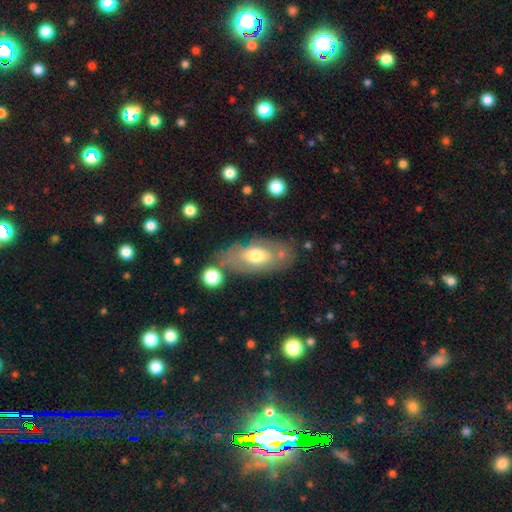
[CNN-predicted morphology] A smooth galaxy with no disk features (55%) that is in between round and cigar-shaped (88%). Merging: none (62%).